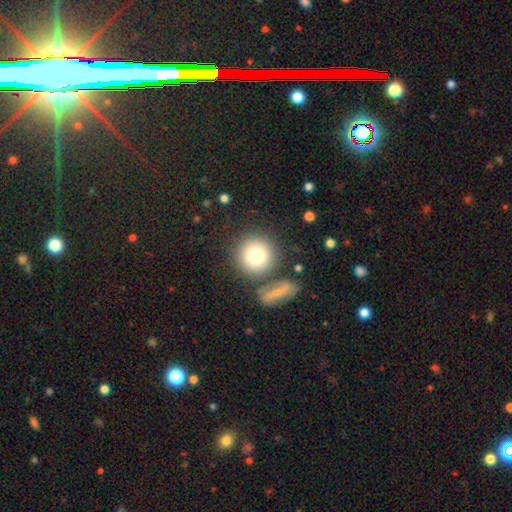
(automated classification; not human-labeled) Overall: smooth (76%). How rounded: round (93%). Merging: none (74%).